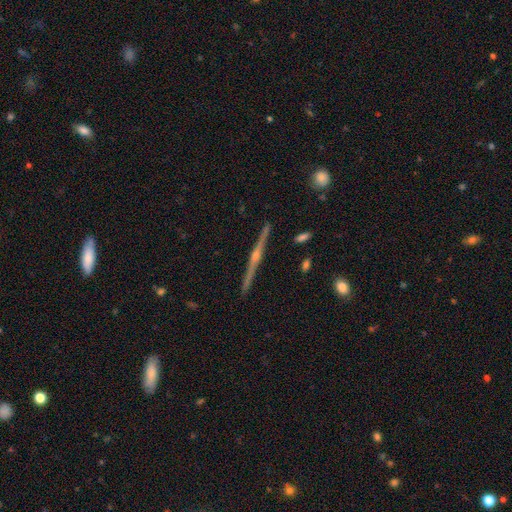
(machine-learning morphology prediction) Smooth or featured?
  - featured or disk: 86% *
  - smooth: 8%
  - star or artifact: 6%
Edge-on disk?
  - yes: 99% *
  - no: 1%
Edge-on bulge?
  - rounded: 89% *
  - none: 6%
  - boxy: 5%
Merging?
  - none: 92% *
  - minor disturbance: 6%
  - major disturbance: 1%
  - merger: 1%